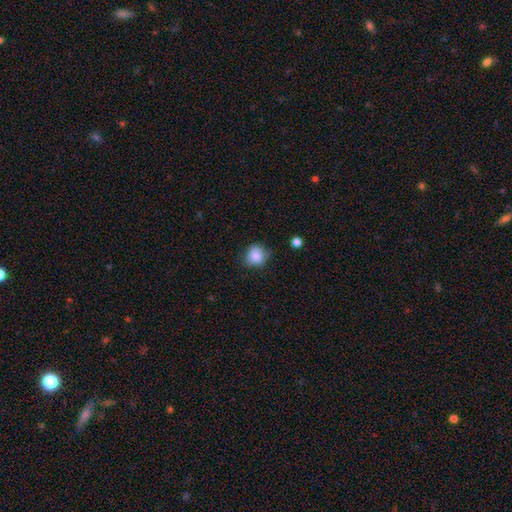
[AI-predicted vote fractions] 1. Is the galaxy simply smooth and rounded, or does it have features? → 85% smooth, 9% star or artifact, 6% featured or disk.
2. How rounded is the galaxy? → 81% round, 18% in between, 1% cigar-shaped.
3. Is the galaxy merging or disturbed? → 73% none, 21% minor disturbance, 4% major disturbance, 2% merger.